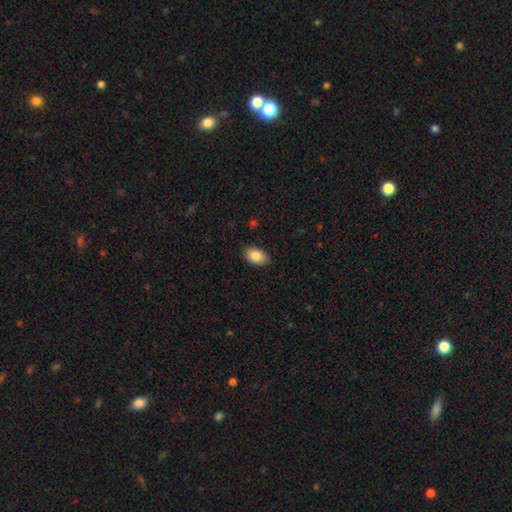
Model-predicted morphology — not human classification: This is clearly a smooth galaxy (86%). How rounded: clearly in between (90%). Merging: clearly none (86%).